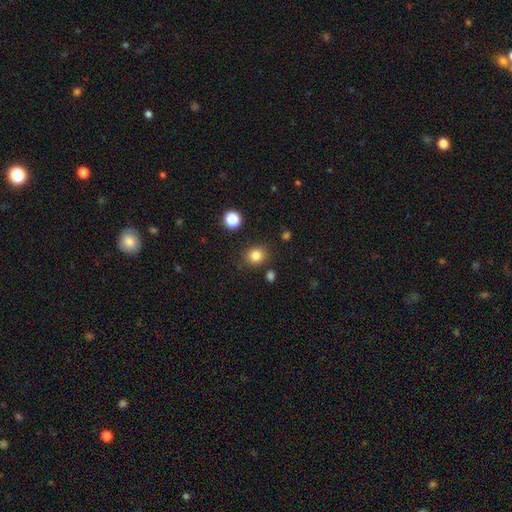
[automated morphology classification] Overall: smooth (82%). How rounded: round (76%). Merging: none (84%).